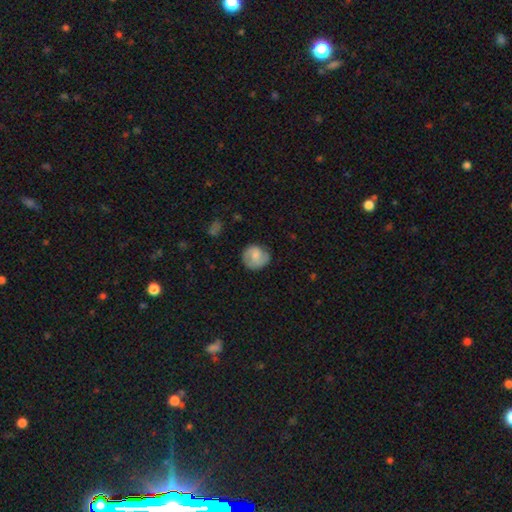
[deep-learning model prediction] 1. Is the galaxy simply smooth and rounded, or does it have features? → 57% smooth, 36% featured or disk, 7% star or artifact.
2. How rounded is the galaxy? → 84% round, 15% in between, 1% cigar-shaped.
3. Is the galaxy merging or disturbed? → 73% none, 20% minor disturbance, 6% major disturbance, 1% merger.